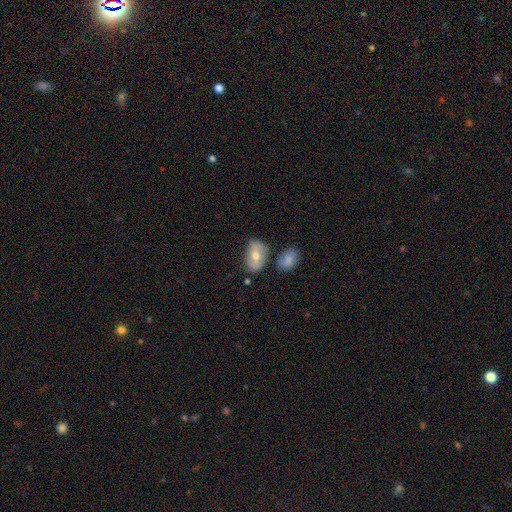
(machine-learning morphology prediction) Smooth or featured? smooth (64%)
How rounded? in between (86%)
Merging? none (61%)